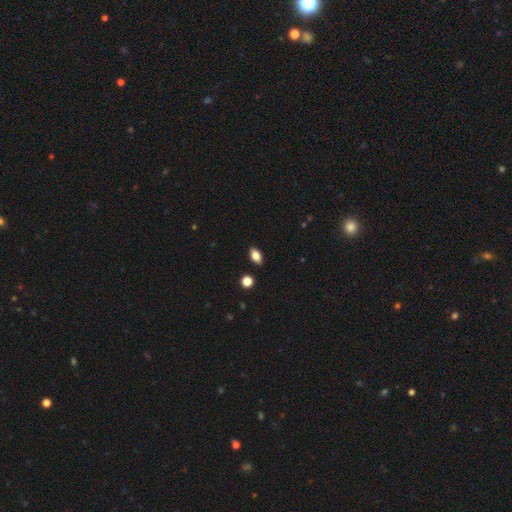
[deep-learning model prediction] This appears to be a smooth galaxy with no disk features (83%) that is in between round and cigar-shaped (89%). Merging: none (88%).